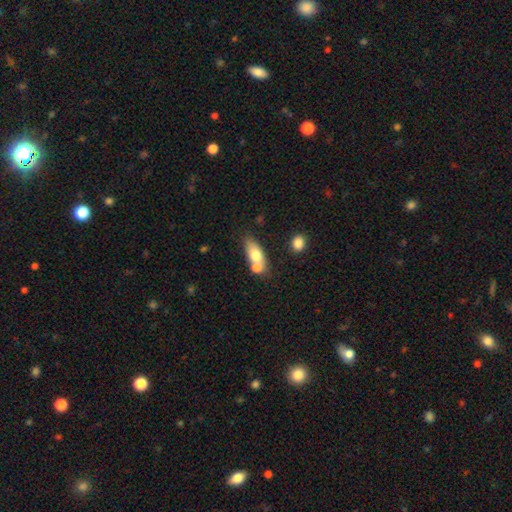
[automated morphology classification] Smooth or featured: smooth — 70% (featured or disk — 22%)
How rounded: in between — 73% (cigar-shaped — 17%)
Merging: merger — 43% (none — 39%)